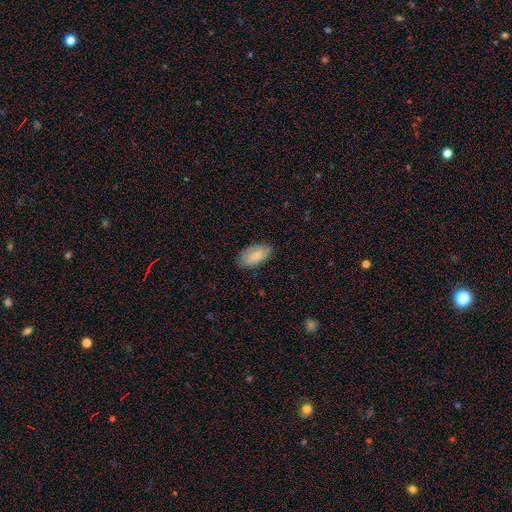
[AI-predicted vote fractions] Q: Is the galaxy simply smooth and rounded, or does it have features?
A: smooth — 73%.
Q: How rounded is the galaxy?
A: in between — 94%.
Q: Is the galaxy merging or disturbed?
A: none — 75%.